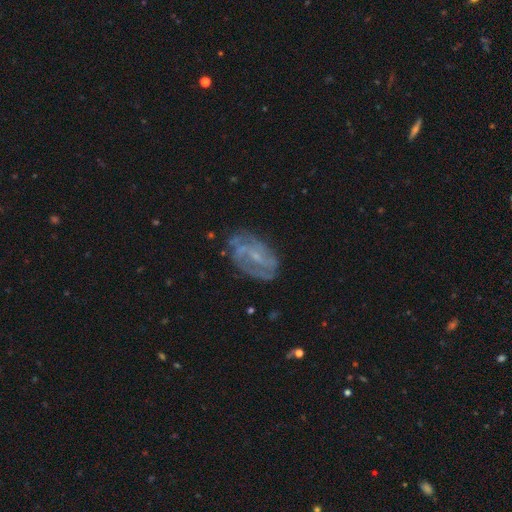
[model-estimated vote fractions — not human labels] This is likely a featured or disk galaxy (78%). It is clearly not viewed edge-on (96%). Bar: possibly weak (49%). Spiral arm pattern: clearly yes (85%). Spiral arm count: possibly 2 (48%). Spiral winding: marginally medium (43%). Central bulge: likely small (65%). Merging: likely none (69%).